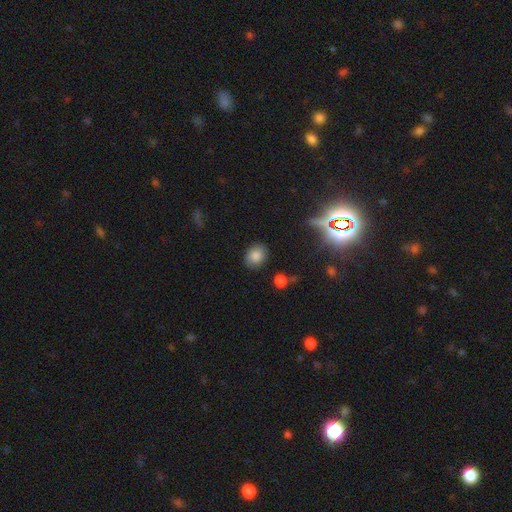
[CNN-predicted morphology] Smooth or featured: smooth — 82% (star or artifact — 12%)
How rounded: round — 51% (in between — 48%)
Merging: none — 86% (minor disturbance — 9%)